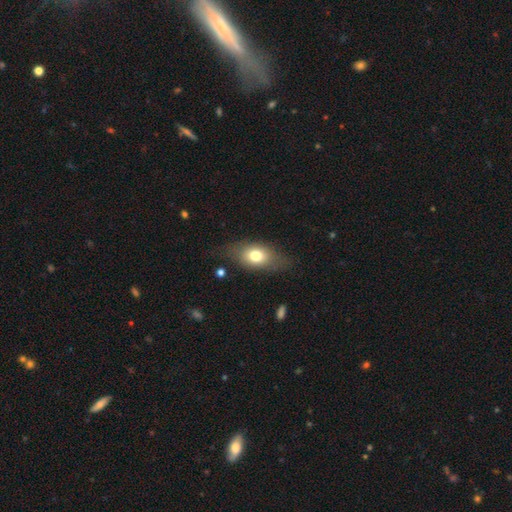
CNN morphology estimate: A smooth galaxy with no disk features (72%) that is in between round and cigar-shaped (79%).

Vote fractions:
- Smooth or featured? smooth: 72% / featured or disk: 20% / star or artifact: 8%
- How rounded? in between: 79% / round: 14% / cigar-shaped: 7%
- Merging? none: 71% / minor disturbance: 19% / major disturbance: 8% / merger: 2%